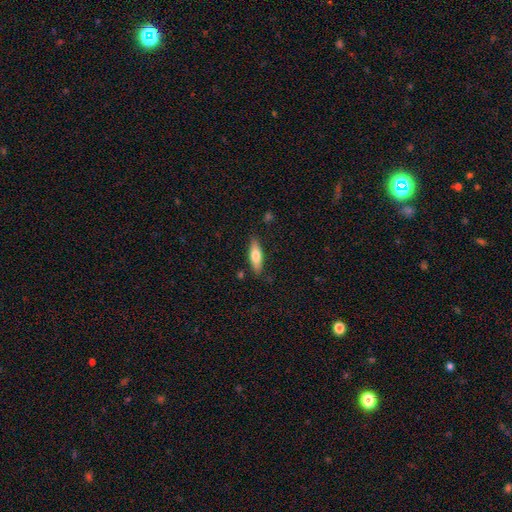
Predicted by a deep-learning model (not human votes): smooth-or-featured: smooth: 69% | featured or disk: 25% | star or artifact: 6%
  how-rounded: cigar-shaped: 54% | in between: 44% | round: 2%
  merging: none: 83% | minor disturbance: 13% | major disturbance: 3% | merger: 2%